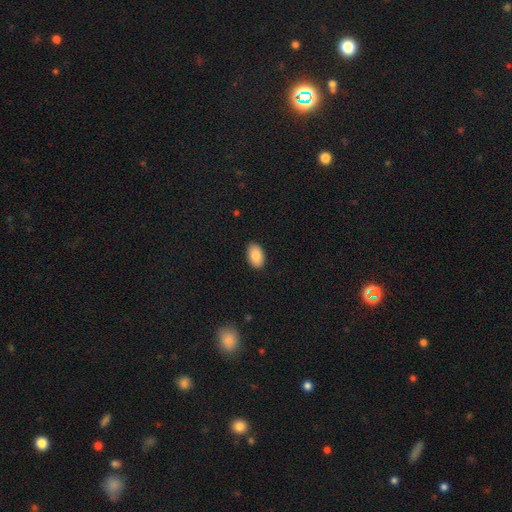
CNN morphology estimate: Smooth or featured?
  - smooth: 86% *
  - featured or disk: 7%
  - star or artifact: 7%
How rounded?
  - in between: 93% *
  - round: 6%
  - cigar-shaped: 1%
Merging?
  - none: 89% *
  - minor disturbance: 8%
  - major disturbance: 2%
  - merger: 1%